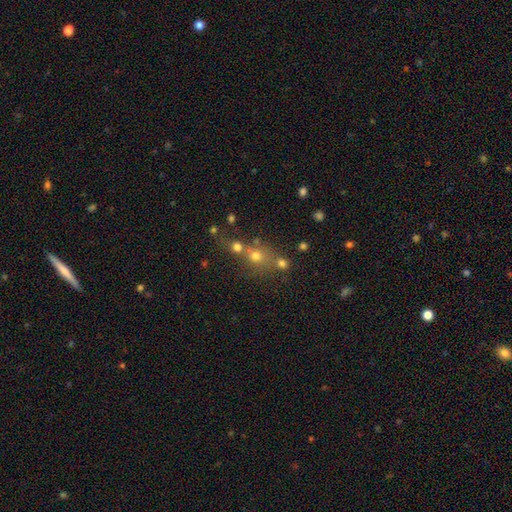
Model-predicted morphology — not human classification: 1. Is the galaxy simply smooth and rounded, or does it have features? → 44% smooth, 37% star or artifact, 19% featured or disk.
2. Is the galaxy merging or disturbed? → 50% none, 34% merger, 10% minor disturbance, 6% major disturbance.